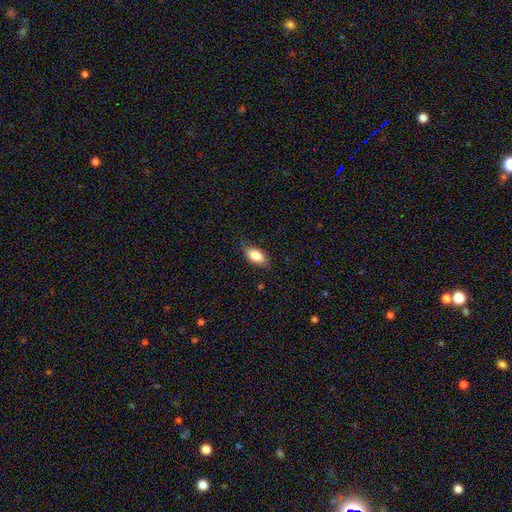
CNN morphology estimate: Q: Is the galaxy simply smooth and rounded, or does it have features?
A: smooth — 80%.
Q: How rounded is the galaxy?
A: in between — 89%.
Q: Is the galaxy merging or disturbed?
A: none — 76%.